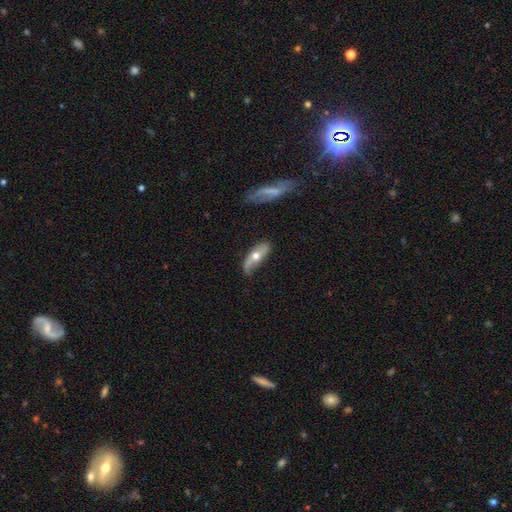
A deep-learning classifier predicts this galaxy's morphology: type=smooth (47%); merging=none (58%).